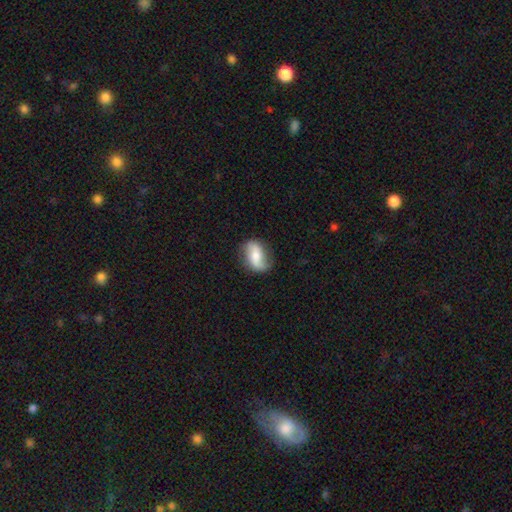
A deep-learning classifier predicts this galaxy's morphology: The model was most divided on "bar": no: 40%, weak: 35%, strong: 25%. Remaining: edge-on disk — no (95%); spiral arms — yes (88%); merging — none (77%); smooth or featured — featured or disk (59%); bulge size — moderate (47%).